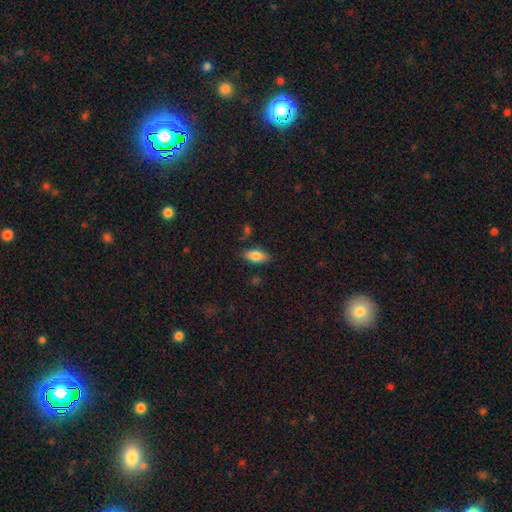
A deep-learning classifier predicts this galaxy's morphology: A smooth galaxy with no disk features (81%) that is in between round and cigar-shaped (86%).

Vote fractions:
- Smooth or featured? smooth: 81% / featured or disk: 12% / star or artifact: 8%
- How rounded? in between: 86% / cigar-shaped: 11% / round: 3%
- Merging? none: 80% / minor disturbance: 14% / major disturbance: 3% / merger: 3%